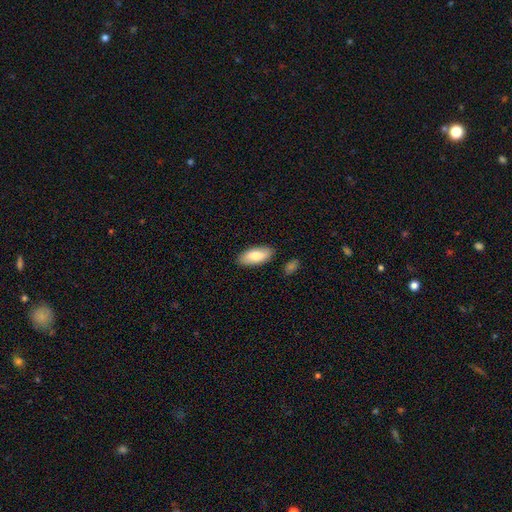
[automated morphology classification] This appears to be a smooth galaxy with no disk features (79%) that is in between round and cigar-shaped (88%). Merging: none (86%).